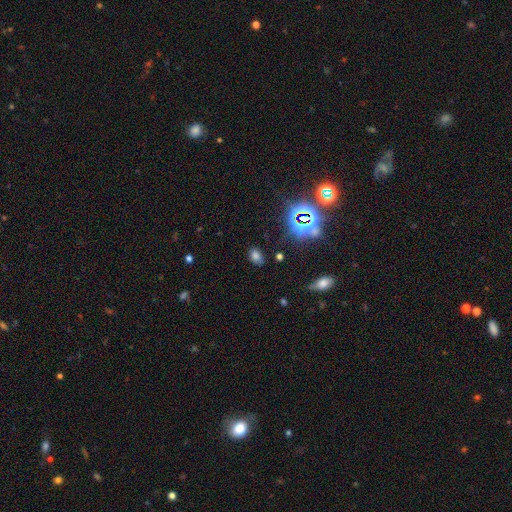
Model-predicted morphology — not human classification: Smooth or featured? Predicted: smooth (p=0.63). How rounded? Predicted: in between (p=0.79). Merging? Predicted: none (p=0.80).